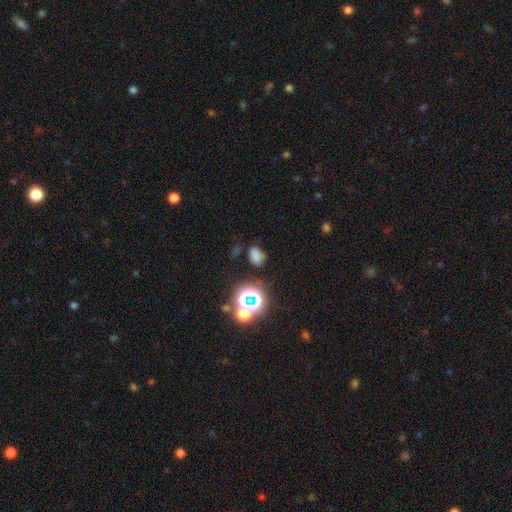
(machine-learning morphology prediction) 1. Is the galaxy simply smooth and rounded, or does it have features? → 68% smooth, 24% star or artifact, 8% featured or disk.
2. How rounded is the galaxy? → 78% in between, 20% round, 2% cigar-shaped.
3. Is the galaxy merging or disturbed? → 71% none, 17% minor disturbance, 7% major disturbance, 5% merger.